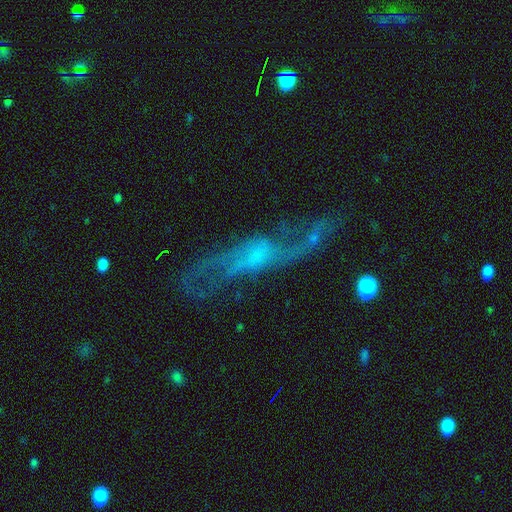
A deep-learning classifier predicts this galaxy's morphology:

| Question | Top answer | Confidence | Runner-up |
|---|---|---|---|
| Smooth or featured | featured or disk | 76% | smooth (14%) |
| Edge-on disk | no | 78% | yes (22%) |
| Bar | no | 55% | weak (35%) |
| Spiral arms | yes | 83% | no (17%) |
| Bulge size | small | 45% | none (32%) |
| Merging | none | 55% | major disturbance (21%) |